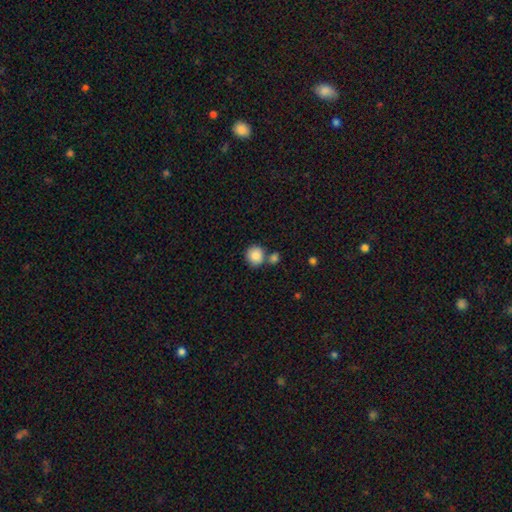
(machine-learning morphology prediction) This is clearly a smooth galaxy (86%). How rounded: clearly round (88%). Merging: likely none (63%).